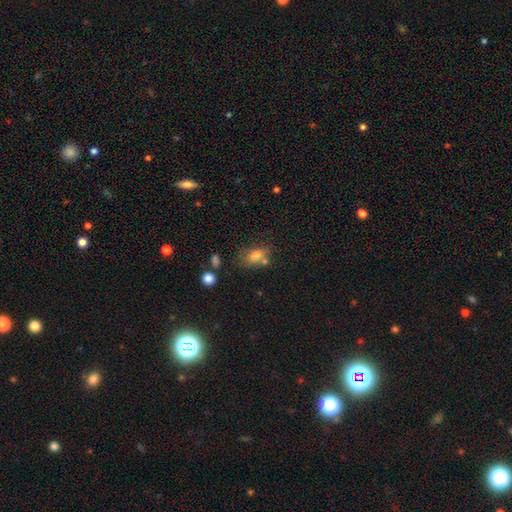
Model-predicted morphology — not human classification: Q: Smooth or featured?
A: smooth (77%); runner-up: featured or disk (12%)
Q: How rounded?
A: in between (78%); runner-up: round (19%)
Q: Merging?
A: none (53%); runner-up: merger (20%)